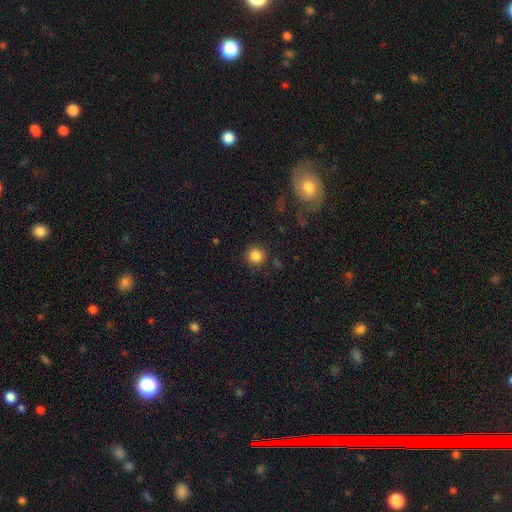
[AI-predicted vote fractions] Morphology: type=smooth (84%); roundness=round (93%); merging=none (89%).